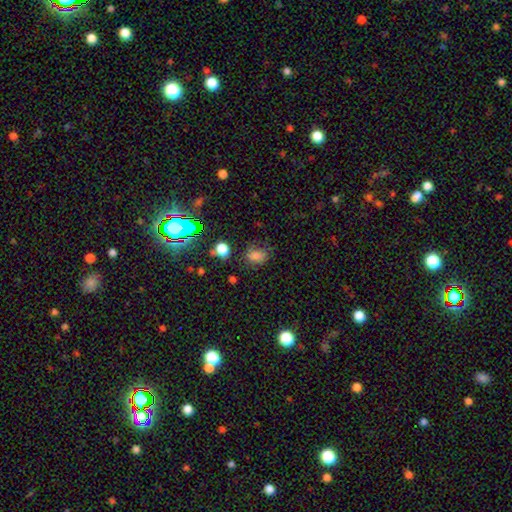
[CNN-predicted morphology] This appears to be a smooth galaxy with no disk features (70%) that is in between round and cigar-shaped (62%). Merging: none (66%).